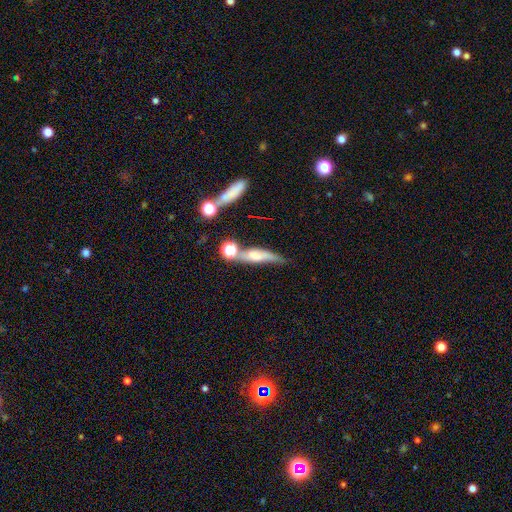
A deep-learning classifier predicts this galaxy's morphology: smooth-or-featured: featured or disk: 45% | smooth: 44% | star or artifact: 12%
  merging: none: 52% | minor disturbance: 20% | merger: 19% | major disturbance: 8%